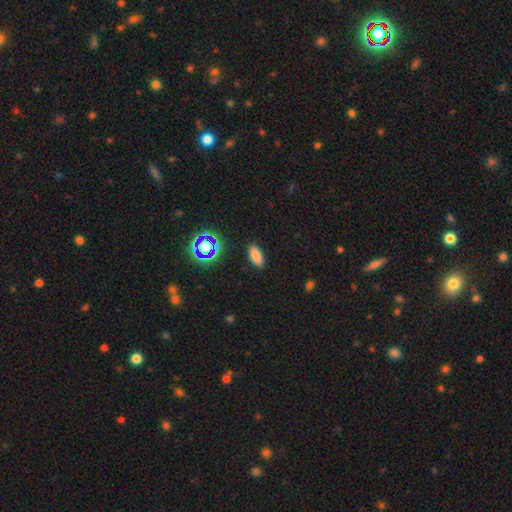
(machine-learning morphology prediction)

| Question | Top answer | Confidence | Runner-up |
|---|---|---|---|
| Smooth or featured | smooth | 78% | star or artifact (15%) |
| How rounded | in between | 83% | cigar-shaped (13%) |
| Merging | none | 88% | minor disturbance (8%) |